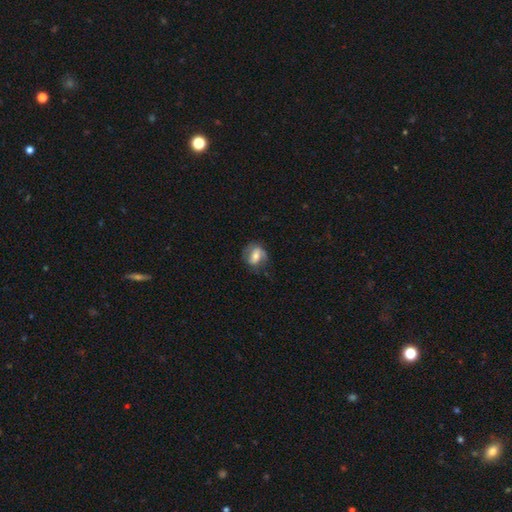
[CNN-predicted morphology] Smooth or featured?
  - featured or disk: 48% *
  - smooth: 44%
  - star or artifact: 8%
Merging?
  - none: 61% *
  - minor disturbance: 24%
  - major disturbance: 13%
  - merger: 2%